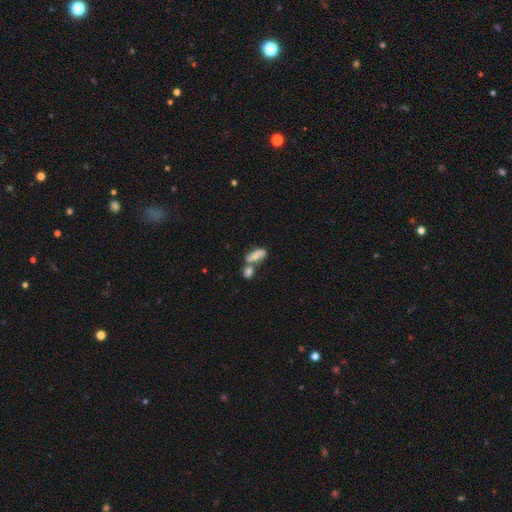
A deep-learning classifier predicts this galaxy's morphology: type=smooth (70%); roundness=in between (80%); merging=merger (58%).